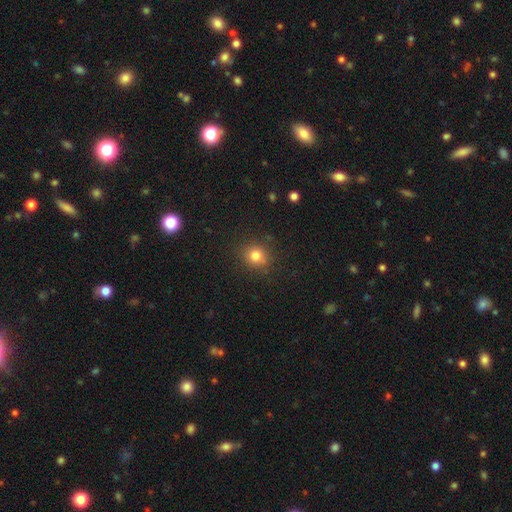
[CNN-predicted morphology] smooth-or-featured: smooth: 80% | star or artifact: 14% | featured or disk: 6%
  how-rounded: round: 85% | in between: 14% | cigar-shaped: 1%
  merging: none: 85% | minor disturbance: 10% | major disturbance: 3% | merger: 2%